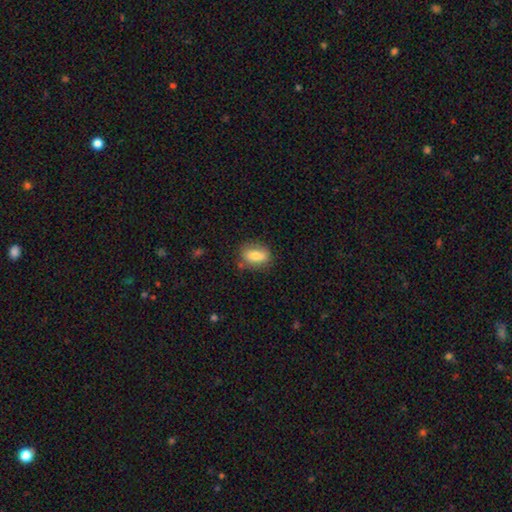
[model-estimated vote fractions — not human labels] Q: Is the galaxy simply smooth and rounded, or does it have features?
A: smooth — 72%.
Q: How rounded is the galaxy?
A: in between — 80%.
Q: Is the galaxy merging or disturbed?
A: none — 75%.